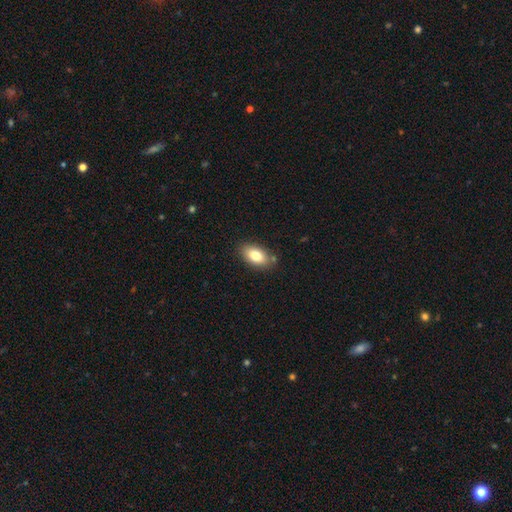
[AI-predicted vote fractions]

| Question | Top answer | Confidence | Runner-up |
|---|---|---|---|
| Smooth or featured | smooth | 81% | featured or disk (11%) |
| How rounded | in between | 92% | round (6%) |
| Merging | none | 82% | minor disturbance (12%) |